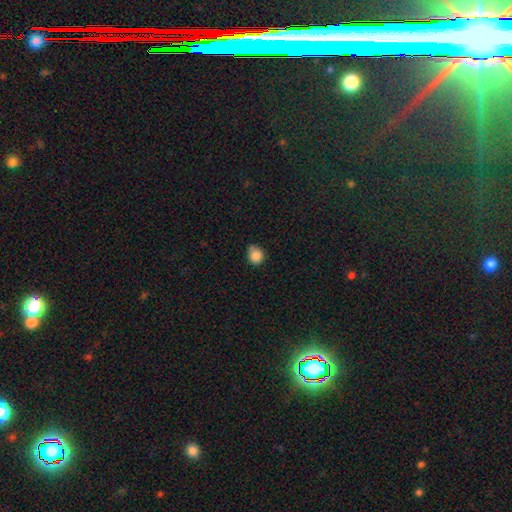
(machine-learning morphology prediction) smooth 85%, star or artifact 10%, featured or disk 5%. Down the decision tree: how rounded — round (80%); merging — none (58%).